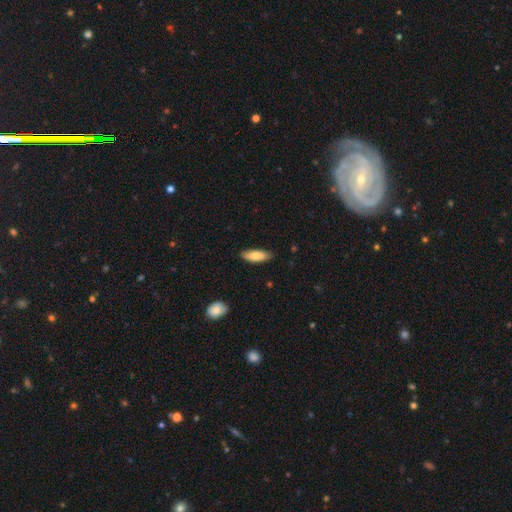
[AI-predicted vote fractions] Overall: smooth (81%). How rounded: in between (68%; cigar-shaped 30%). Merging: none (82%).